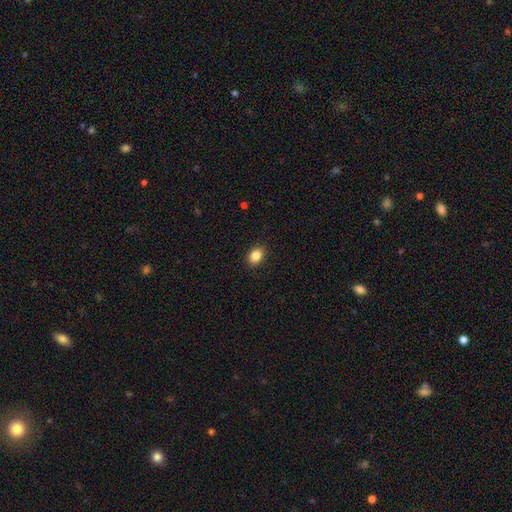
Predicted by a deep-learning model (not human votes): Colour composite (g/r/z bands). It shows a smooth galaxy with no disk features (86%) that is in between round and cigar-shaped (66%). Merging: none (90%).